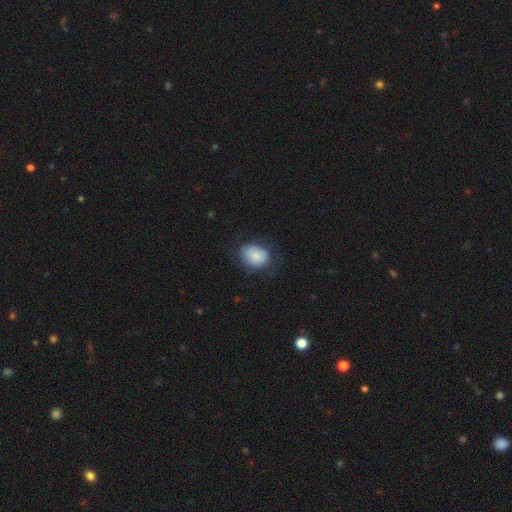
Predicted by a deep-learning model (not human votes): smooth_or_featured: smooth (p=0.82) [alt: featured or disk p=0.10]
how_rounded: in between (p=0.57) [alt: round p=0.42]
merging: none (p=0.66) [alt: minor disturbance p=0.23]